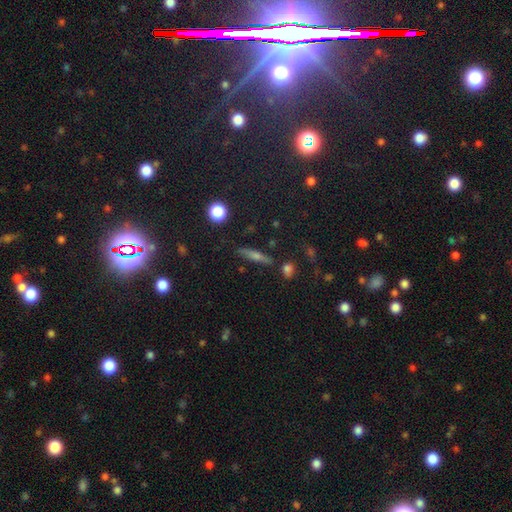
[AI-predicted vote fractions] This appears to be a featured or disk galaxy (45%). Merging: none (83%).